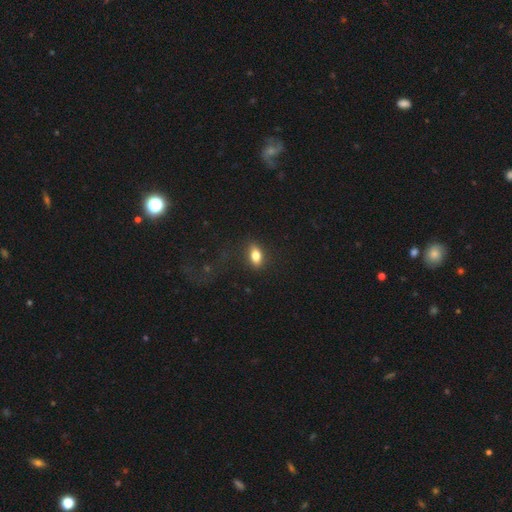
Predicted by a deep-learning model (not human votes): smooth-or-featured: smooth: 79% | featured or disk: 12% | star or artifact: 9%
  how-rounded: in between: 83% | round: 9% | cigar-shaped: 8%
  merging: none: 84% | minor disturbance: 10% | major disturbance: 4% | merger: 1%